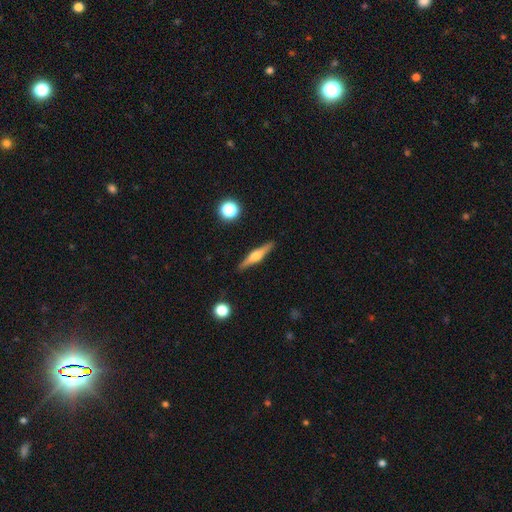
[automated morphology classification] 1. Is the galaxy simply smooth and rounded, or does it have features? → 68% featured or disk, 26% smooth, 6% star or artifact.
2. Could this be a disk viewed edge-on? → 97% yes, 3% no.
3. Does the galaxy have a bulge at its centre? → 90% rounded, 7% boxy, 3% none.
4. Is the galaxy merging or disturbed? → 90% none, 7% minor disturbance, 2% major disturbance, 1% merger.